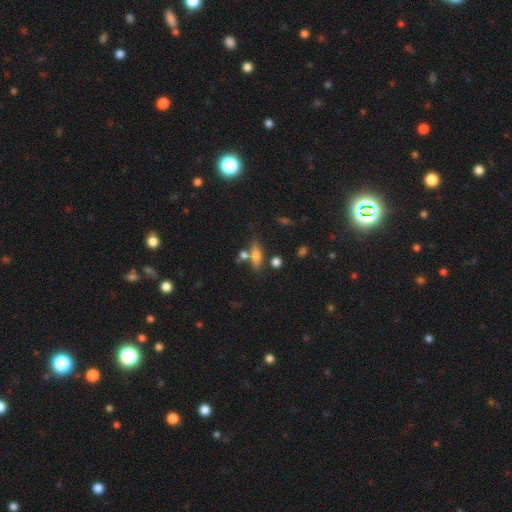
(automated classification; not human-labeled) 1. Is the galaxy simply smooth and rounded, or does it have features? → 61% smooth, 29% featured or disk, 11% star or artifact.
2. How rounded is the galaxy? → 47% in between (tied), 47% cigar-shaped (tied), 6% round.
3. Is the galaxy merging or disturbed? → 62% none, 18% merger, 14% minor disturbance, 5% major disturbance.